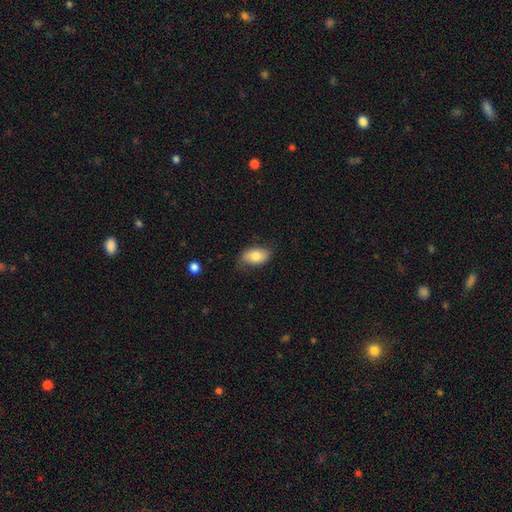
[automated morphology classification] Smooth or featured?
  - smooth: 79% *
  - featured or disk: 14%
  - star or artifact: 7%
How rounded?
  - in between: 91% *
  - round: 7%
  - cigar-shaped: 2%
Merging?
  - none: 72% *
  - minor disturbance: 22%
  - major disturbance: 5%
  - merger: 1%